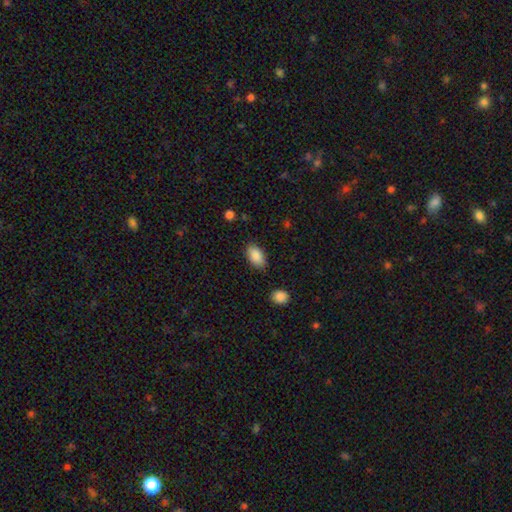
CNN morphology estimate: Overall: smooth (88%). How rounded: in between (93%). Merging: none (84%).